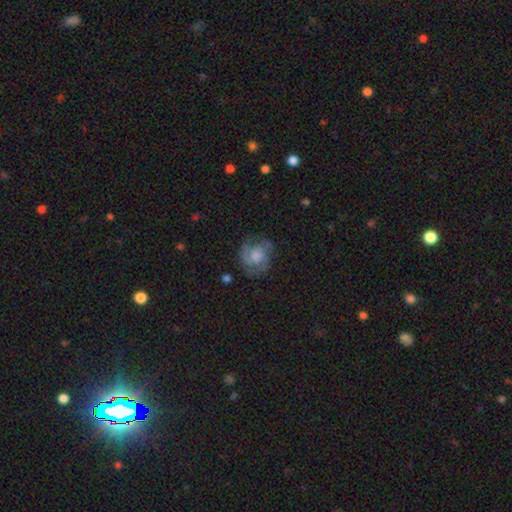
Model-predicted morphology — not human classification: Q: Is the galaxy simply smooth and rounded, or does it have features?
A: featured or disk — 58%.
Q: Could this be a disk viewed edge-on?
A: no — 98%.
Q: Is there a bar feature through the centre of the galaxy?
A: no — 73%.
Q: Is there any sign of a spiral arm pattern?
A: yes — 82%.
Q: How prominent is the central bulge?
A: large — 29%, tied with moderate.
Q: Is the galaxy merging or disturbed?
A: none — 66%.